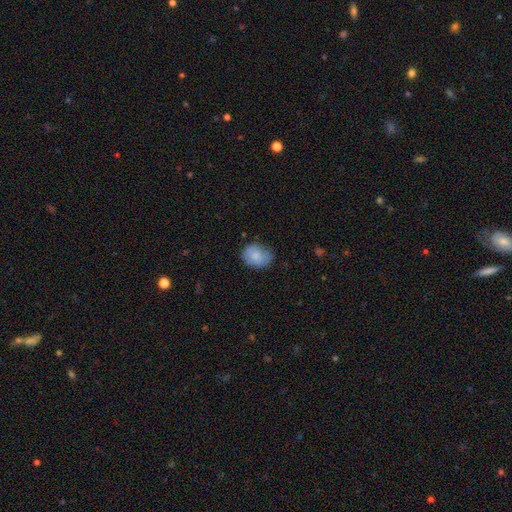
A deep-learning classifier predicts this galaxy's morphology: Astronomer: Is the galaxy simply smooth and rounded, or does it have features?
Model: smooth — 80%.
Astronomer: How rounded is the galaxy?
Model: in between — 60% (runner-up: round, 39%).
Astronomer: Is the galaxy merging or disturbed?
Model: none — 68%.